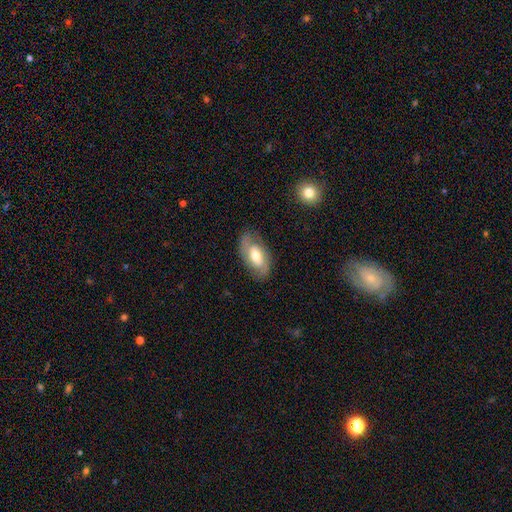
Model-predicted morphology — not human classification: Smooth or featured: featured or disk — 50% (smooth — 44%)
Merging: none — 77% (minor disturbance — 17%)